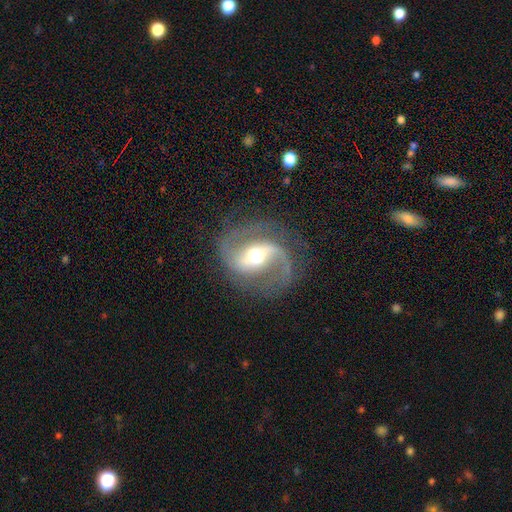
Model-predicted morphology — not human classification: Q: Smooth or featured?
A: featured or disk (90%); runner-up: star or artifact (5%)
Q: Edge-on disk?
A: no (97%); runner-up: yes (3%)
Q: Bar?
A: strong (51%); runner-up: weak (34%)
Q: Spiral arms?
A: yes (96%); runner-up: no (4%)
Q: Spiral winding?
A: medium (54%); runner-up: loose (34%)
Q: Spiral arm count?
A: 2 (92%); runner-up: 1 (3%)
Q: Bulge size?
A: moderate (67%); runner-up: small (16%)
Q: Merging?
A: none (79%); runner-up: minor disturbance (12%)